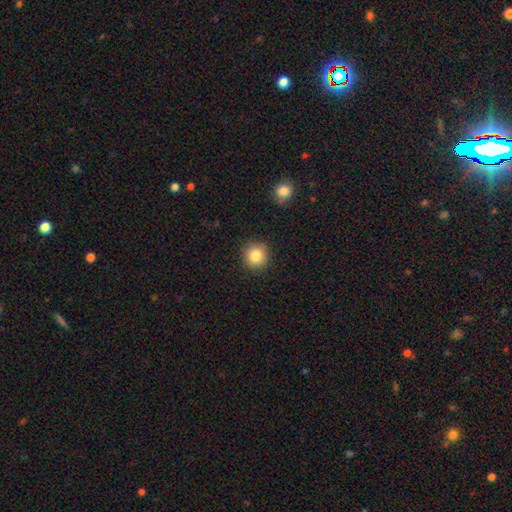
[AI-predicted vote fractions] This appears to be a smooth galaxy with no disk features (83%) that is round (92%). Merging: none (90%).